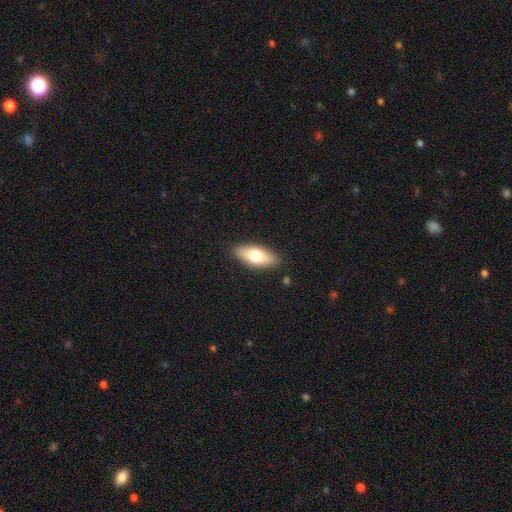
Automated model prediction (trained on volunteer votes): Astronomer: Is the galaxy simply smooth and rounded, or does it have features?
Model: smooth — 70%.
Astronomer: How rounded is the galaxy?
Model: in between — 79%.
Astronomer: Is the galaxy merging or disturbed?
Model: none — 87%.